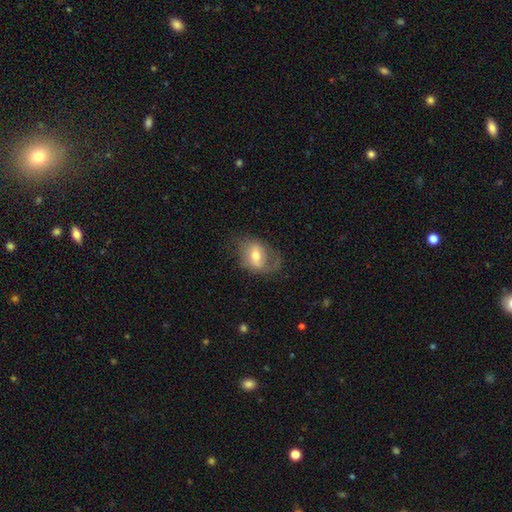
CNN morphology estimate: A featured or disk galaxy (49%).

Vote fractions:
- Smooth or featured? featured or disk: 49% / smooth: 43% / star or artifact: 9%
- Merging? none: 52% / minor disturbance: 26% / major disturbance: 21% / merger: 2%